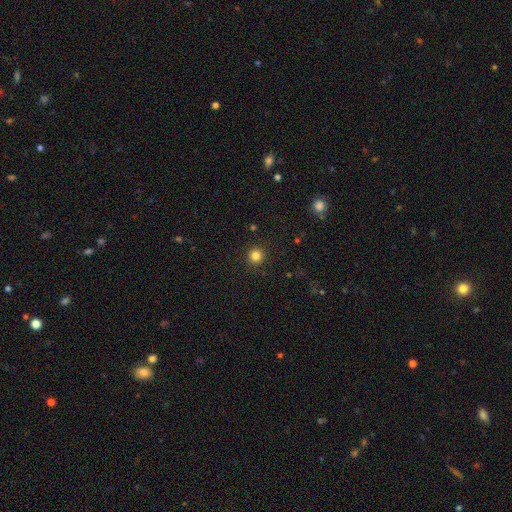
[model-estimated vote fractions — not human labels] Smooth or featured? smooth (82%)
How rounded? round (94%)
Merging? none (92%)